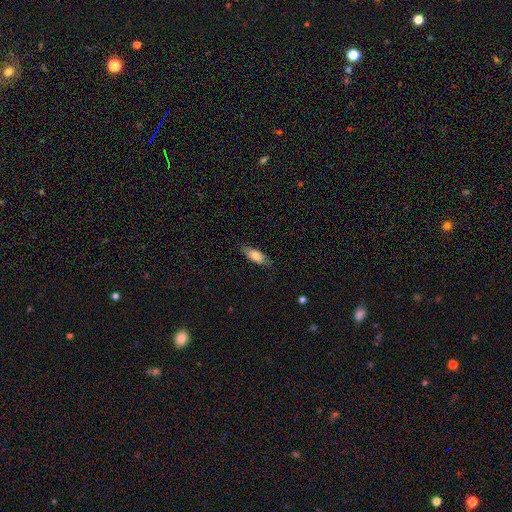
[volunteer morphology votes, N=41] Overall: smooth (78%). How rounded: in between (72%). Merging: none (76%).